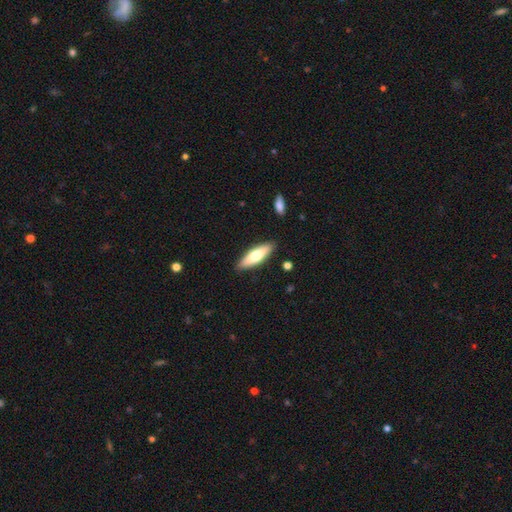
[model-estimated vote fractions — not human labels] Q: Smooth or featured?
A: smooth (64%); runner-up: featured or disk (31%)
Q: How rounded?
A: cigar-shaped (54%); runner-up: in between (44%)
Q: Merging?
A: none (88%); runner-up: minor disturbance (9%)